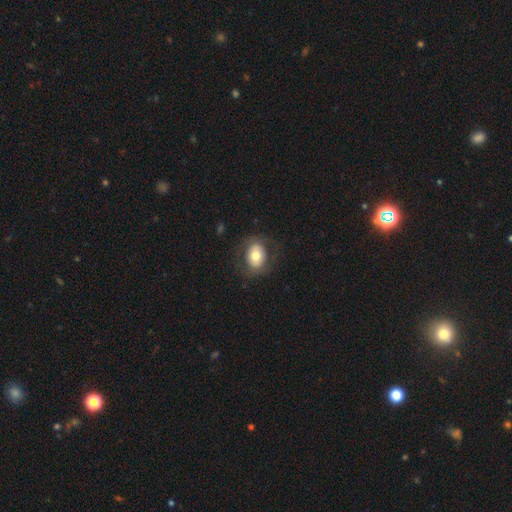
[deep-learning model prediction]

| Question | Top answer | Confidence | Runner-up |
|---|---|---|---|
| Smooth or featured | smooth | 68% | featured or disk (24%) |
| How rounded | in between | 61% | round (38%) |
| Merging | none | 77% | minor disturbance (14%) |